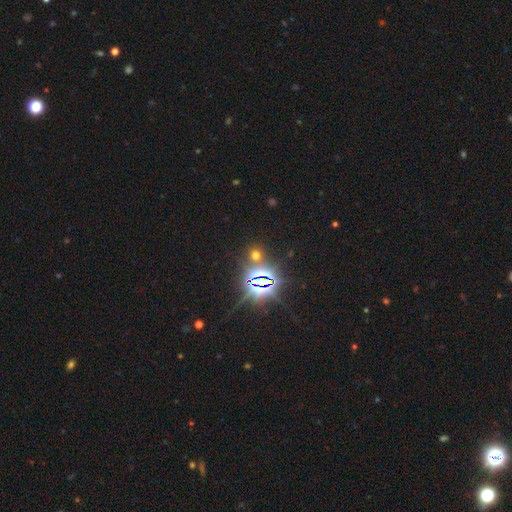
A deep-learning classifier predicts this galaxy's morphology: This is possibly a star or artifact rather than a galaxy (59%).